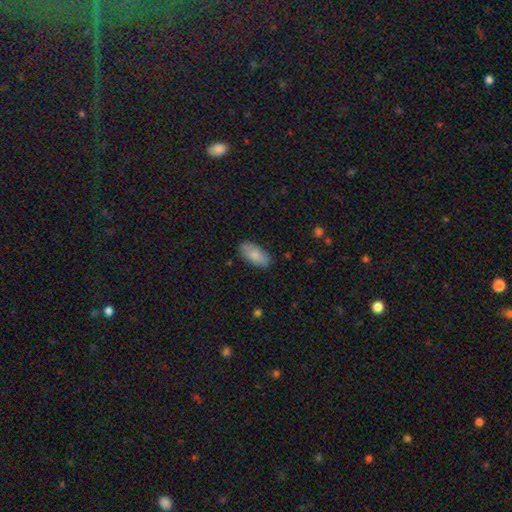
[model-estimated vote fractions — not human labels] This appears to be a smooth galaxy with no disk features (82%) that is in between round and cigar-shaped (89%). Merging: none (82%).